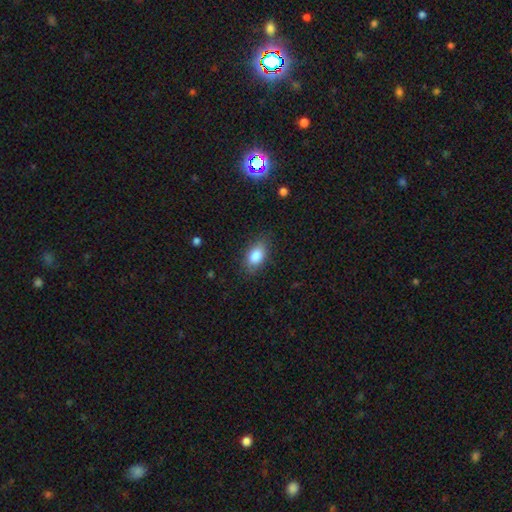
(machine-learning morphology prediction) A smooth galaxy with no disk features (84%) that is in between round and cigar-shaped (89%). Merging: none (83%).